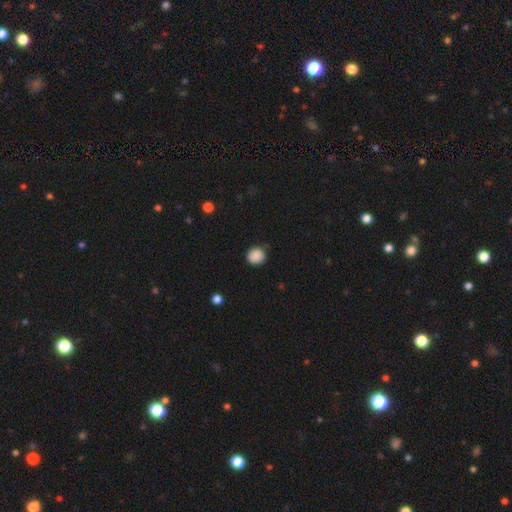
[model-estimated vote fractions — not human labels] Smooth or featured? Predicted: smooth (p=0.88). How rounded? Predicted: round (p=0.87). Merging? Predicted: none (p=0.86).